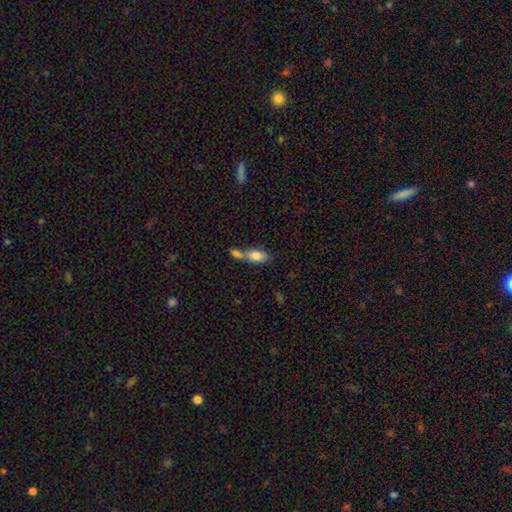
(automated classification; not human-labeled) smooth 80%, featured or disk 13%, star or artifact 7%. Down the decision tree: how rounded — in between (86%); merging — merger (58%).